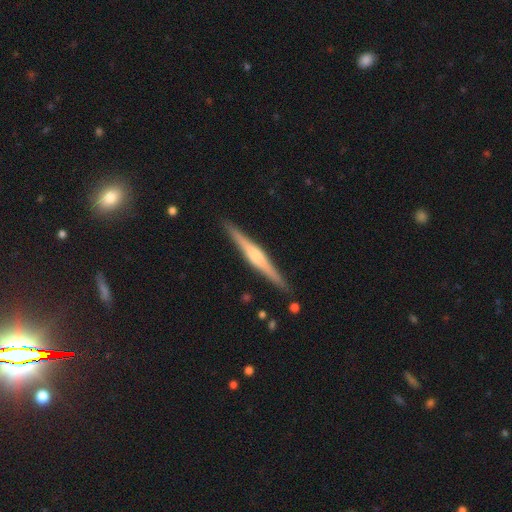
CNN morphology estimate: A featured or disk galaxy (74%) viewed edge-on (98%) with a rounded central bulge (73%). Merging: none (90%).